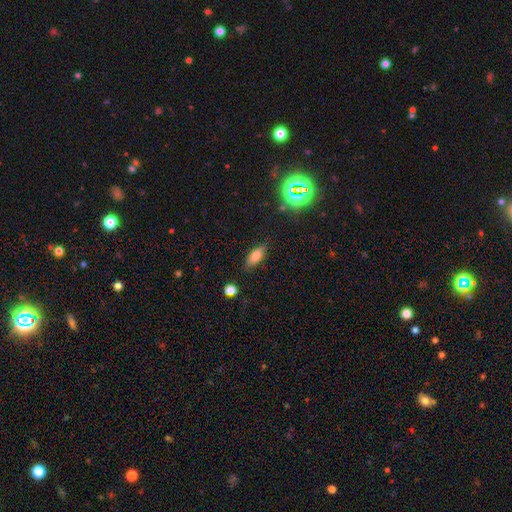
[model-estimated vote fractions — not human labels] This is likely a smooth galaxy (77%). How rounded: clearly in between (80%). Merging: likely none (79%).